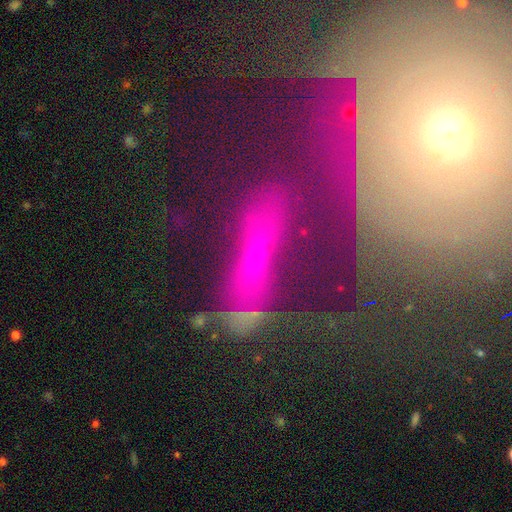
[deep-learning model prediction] smooth_or_featured: featured or disk (p=0.38) [alt: smooth p=0.32]
merging: none (p=0.48) [alt: minor disturbance p=0.19]